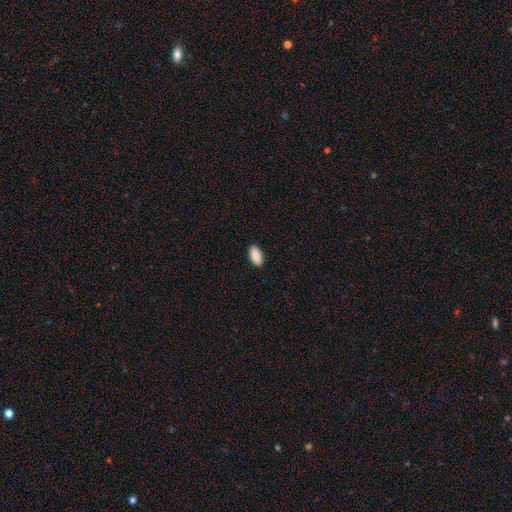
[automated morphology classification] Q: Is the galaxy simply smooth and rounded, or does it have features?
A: smooth — 91%.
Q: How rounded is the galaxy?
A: in between — 93%.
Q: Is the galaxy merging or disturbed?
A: none — 91%.